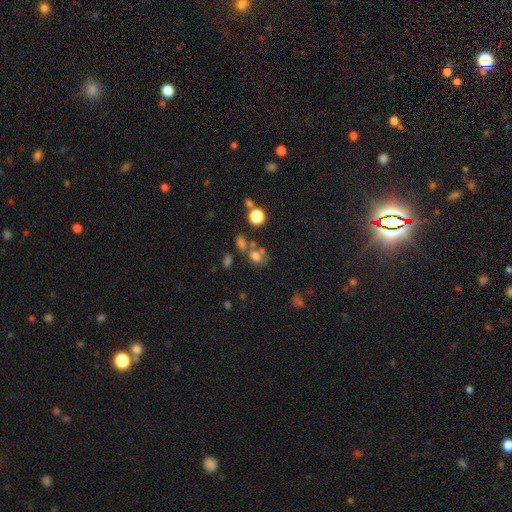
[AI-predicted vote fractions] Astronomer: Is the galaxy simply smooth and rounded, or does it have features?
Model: smooth — 64%.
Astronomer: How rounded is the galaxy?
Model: in between — 55% (runner-up: round, 43%).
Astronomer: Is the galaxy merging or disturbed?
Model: none — 42% (runner-up: merger, 34%).